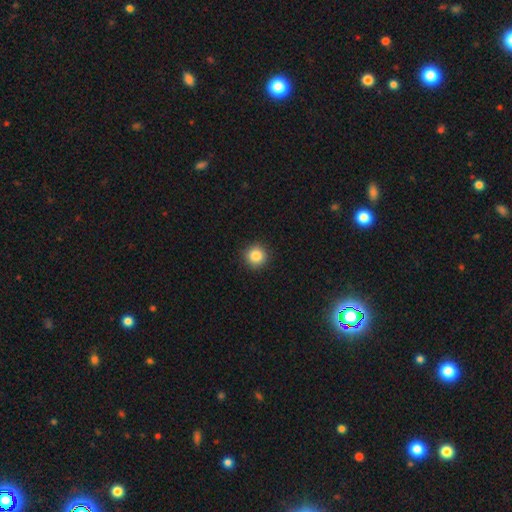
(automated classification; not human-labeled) Morphology: type=smooth (86%); roundness=round (95%); merging=none (92%).